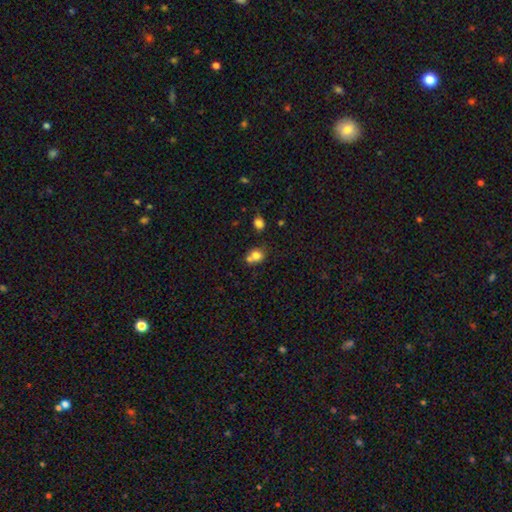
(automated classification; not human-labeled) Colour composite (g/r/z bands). It shows a smooth galaxy with no disk features (76%) that is round (67%). Merging: merger (44%).